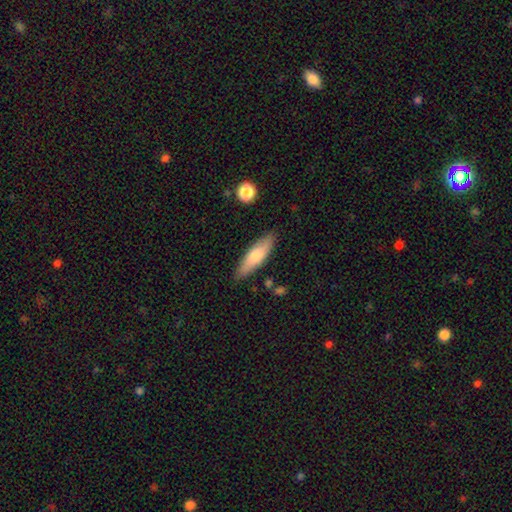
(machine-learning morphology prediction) smooth-or-featured: smooth: 71% | featured or disk: 23% | star or artifact: 6%
  how-rounded: cigar-shaped: 55% | in between: 43% | round: 2%
  merging: none: 84% | minor disturbance: 11% | major disturbance: 2% | merger: 2%